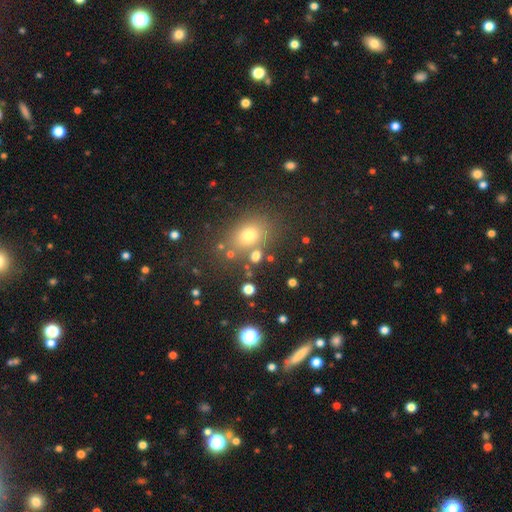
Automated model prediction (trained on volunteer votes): A smooth galaxy with no disk features (69%) that is in between round and cigar-shaped (57%).

Vote fractions:
- Smooth or featured? smooth: 69% / star or artifact: 19% / featured or disk: 12%
- How rounded? in between: 57% / round: 41% / cigar-shaped: 2%
- Merging? none: 70% / minor disturbance: 12% / merger: 12% / major disturbance: 6%